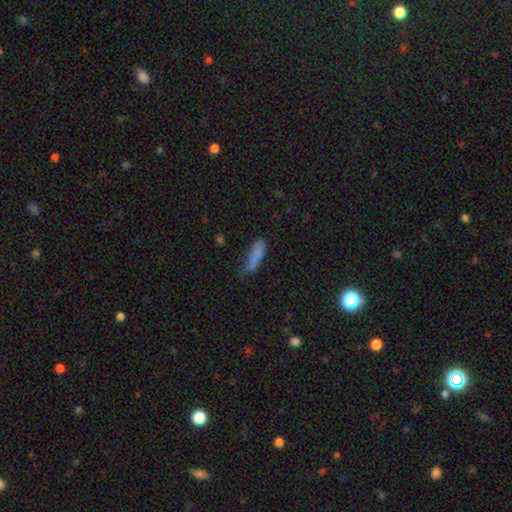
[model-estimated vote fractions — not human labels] This appears to be a smooth galaxy with no disk features (79%) that is cigar-shaped (58%). Merging: none (53%).